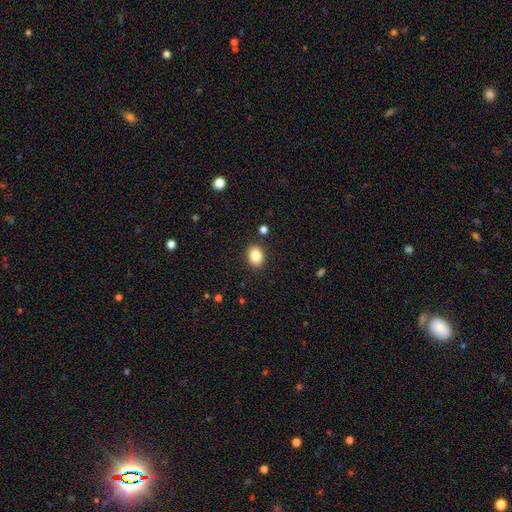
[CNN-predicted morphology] smooth 85%, star or artifact 9%, featured or disk 5%. Down the decision tree: how rounded — in between (54%); merging — none (89%).